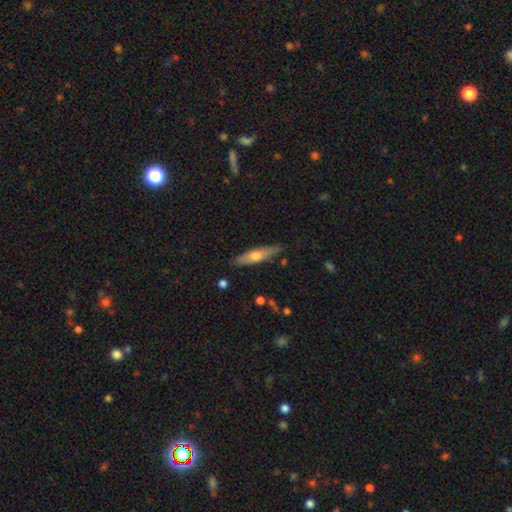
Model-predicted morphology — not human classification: Q: Smooth or featured?
A: smooth (55%); runner-up: featured or disk (39%)
Q: How rounded?
A: cigar-shaped (72%); runner-up: in between (26%)
Q: Merging?
A: none (85%); runner-up: minor disturbance (11%)